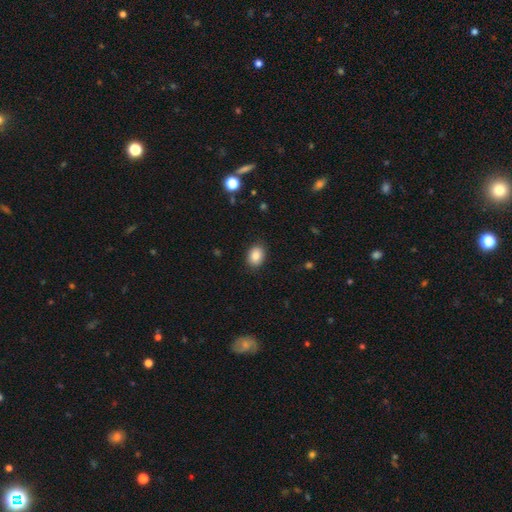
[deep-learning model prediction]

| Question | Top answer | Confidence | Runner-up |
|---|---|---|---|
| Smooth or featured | smooth | 87% | star or artifact (8%) |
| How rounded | in between | 70% | round (29%) |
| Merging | none | 86% | minor disturbance (11%) |